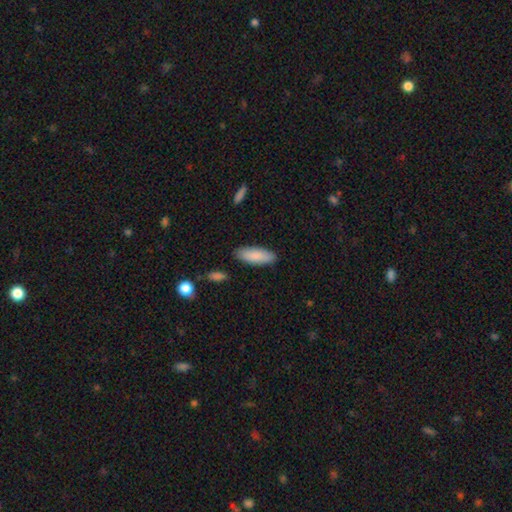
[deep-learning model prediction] smooth 87%, featured or disk 7%, star or artifact 6%. Down the decision tree: how rounded — in between (64%); merging — none (87%).